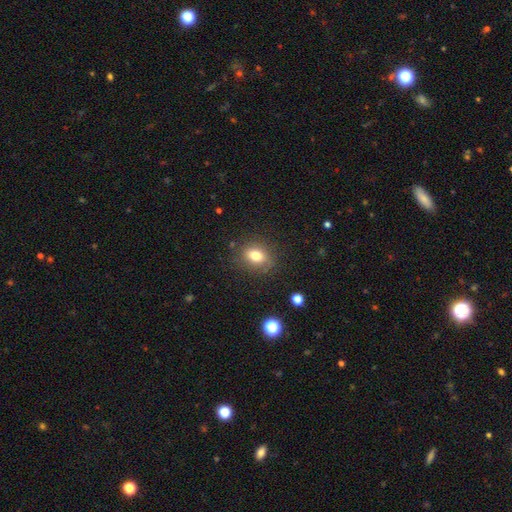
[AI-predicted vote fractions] Smooth or featured? Predicted: smooth (p=0.77). How rounded? Predicted: in between (p=0.63). Merging? Predicted: none (p=0.80).